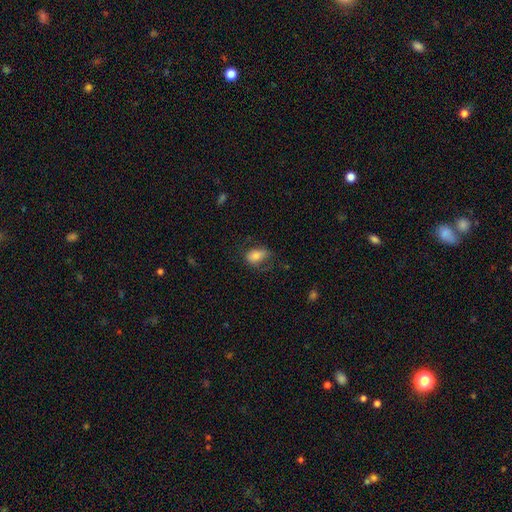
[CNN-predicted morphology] Overall: smooth (76%). How rounded: in between (86%). Merging: none (53%; minor disturbance 27%).